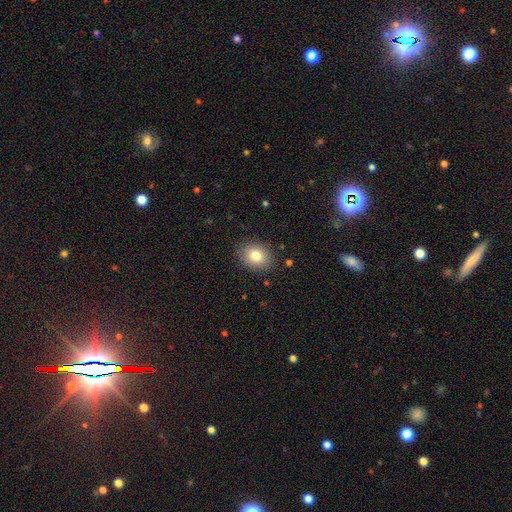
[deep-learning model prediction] Smooth or featured?
  - smooth: 81% *
  - featured or disk: 10%
  - star or artifact: 9%
How rounded?
  - in between: 60% *
  - round: 39%
  - cigar-shaped: 1%
Merging?
  - none: 87% *
  - minor disturbance: 9%
  - major disturbance: 3%
  - merger: 1%